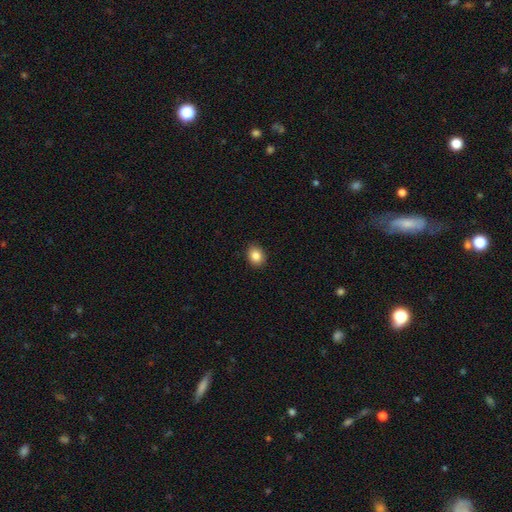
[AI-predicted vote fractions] Overall: smooth (86%). How rounded: round (50%; in between 49%). Merging: none (89%).